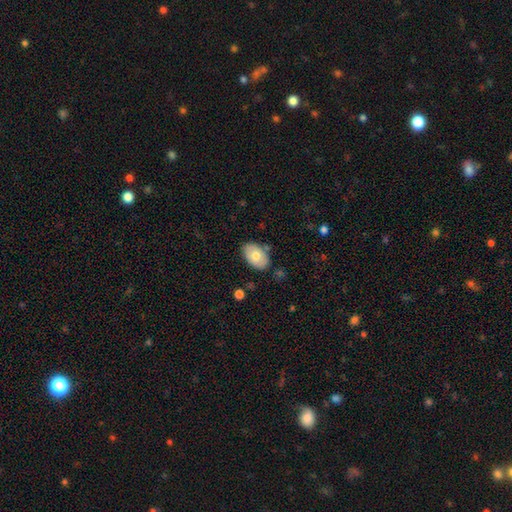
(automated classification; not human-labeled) Smooth or featured? Predicted: smooth (p=0.69). How rounded? Predicted: in between (p=0.91). Merging? Predicted: none (p=0.80).